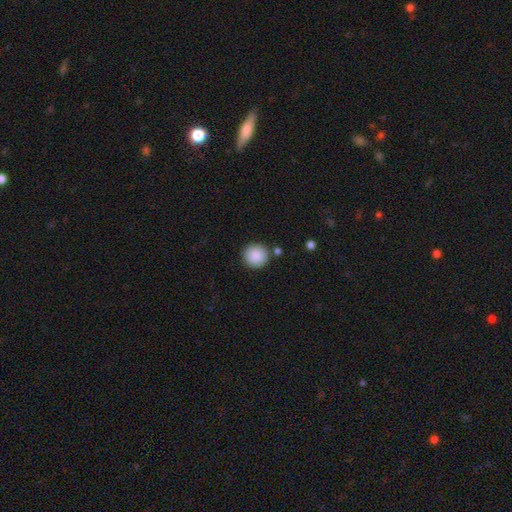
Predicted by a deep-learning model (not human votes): This appears to be a smooth galaxy with no disk features (89%) that is round (95%). Merging: none (87%).